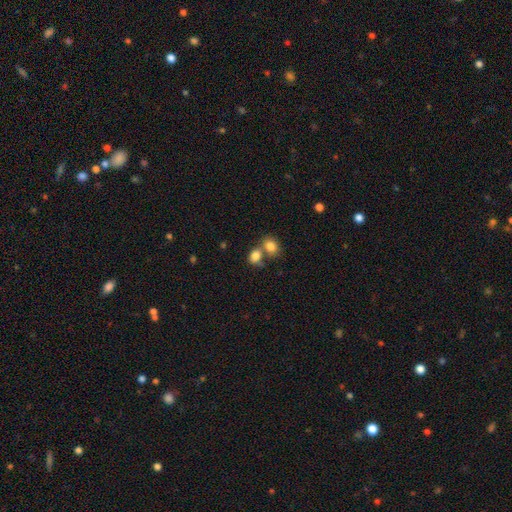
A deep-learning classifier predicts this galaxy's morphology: smooth 82%, star or artifact 10%, featured or disk 8%. Down the decision tree: how rounded — in between (55%); merging — merger (48%).